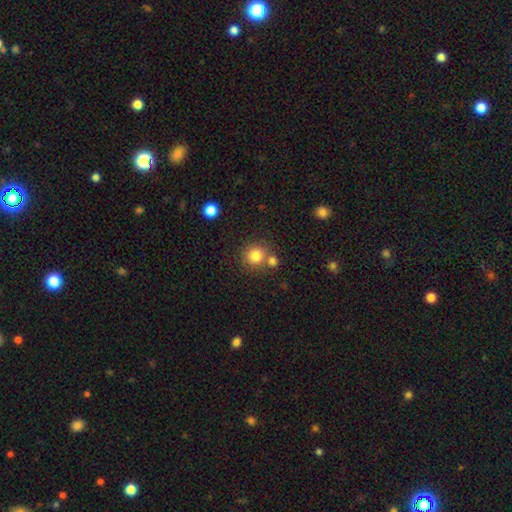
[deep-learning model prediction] smooth_or_featured: smooth (p=0.81) [alt: star or artifact p=0.11]
how_rounded: round (p=0.90) [alt: in between p=0.09]
merging: none (p=0.64) [alt: merger p=0.24]